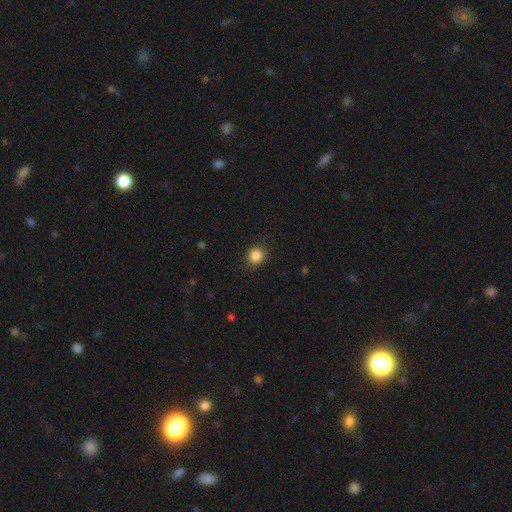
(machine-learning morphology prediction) Smooth or featured? smooth (86%)
How rounded? round (86%)
Merging? none (87%)